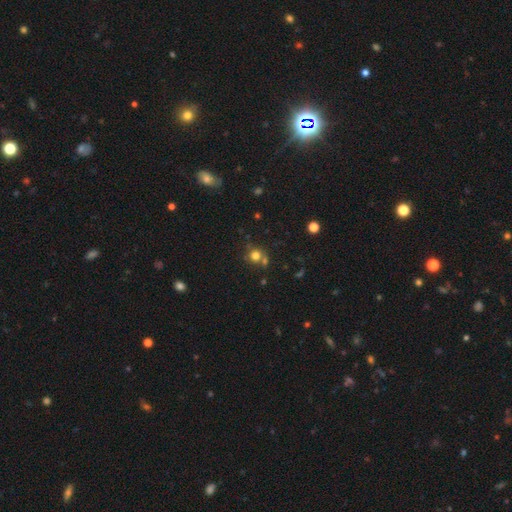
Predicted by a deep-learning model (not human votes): This appears to be a smooth galaxy with no disk features (74%) that is round (88%). Merging: none (61%).